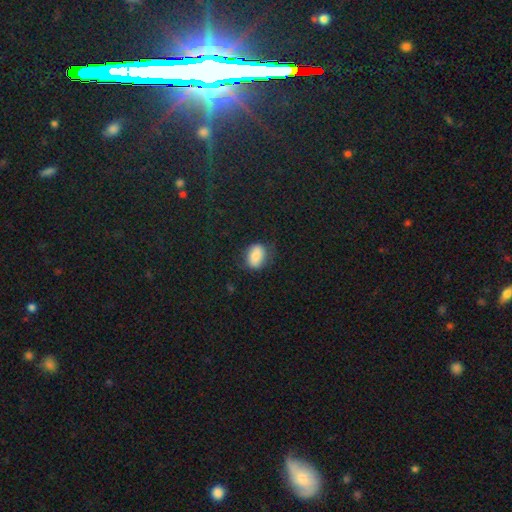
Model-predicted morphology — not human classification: A smooth galaxy with no disk features (79%) that is in between round and cigar-shaped (74%).

Vote fractions:
- Smooth or featured? smooth: 79% / featured or disk: 12% / star or artifact: 9%
- How rounded? in between: 74% / round: 24% / cigar-shaped: 2%
- Merging? none: 73% / minor disturbance: 19% / major disturbance: 6% / merger: 1%